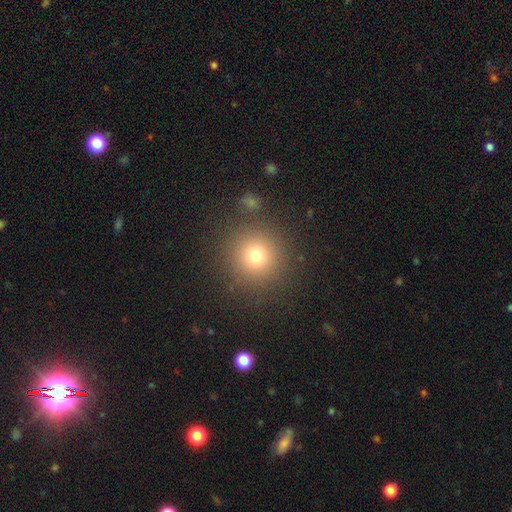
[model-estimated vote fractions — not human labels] smooth_or_featured: smooth (p=0.74) [alt: star or artifact p=0.17]
how_rounded: round (p=0.95) [alt: in between p=0.04]
merging: none (p=0.87) [alt: minor disturbance p=0.06]